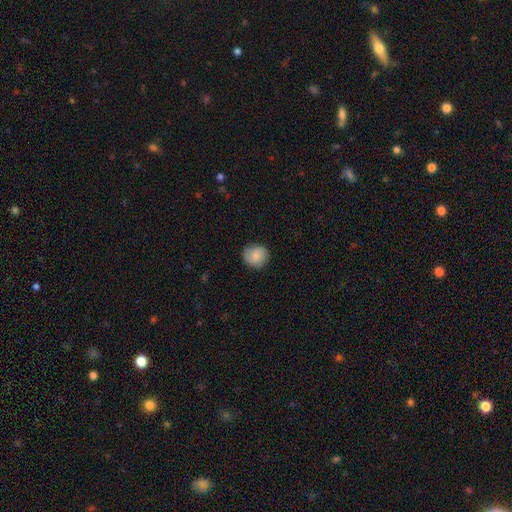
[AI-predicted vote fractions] Q: Smooth or featured?
A: smooth (84%); runner-up: featured or disk (8%)
Q: How rounded?
A: round (87%); runner-up: in between (12%)
Q: Merging?
A: none (83%); runner-up: minor disturbance (14%)